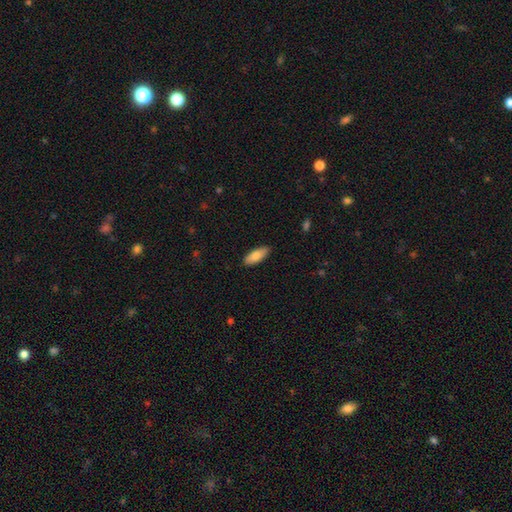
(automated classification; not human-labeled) Morphology: type=smooth (83%); roundness=in between (74%); merging=none (87%).